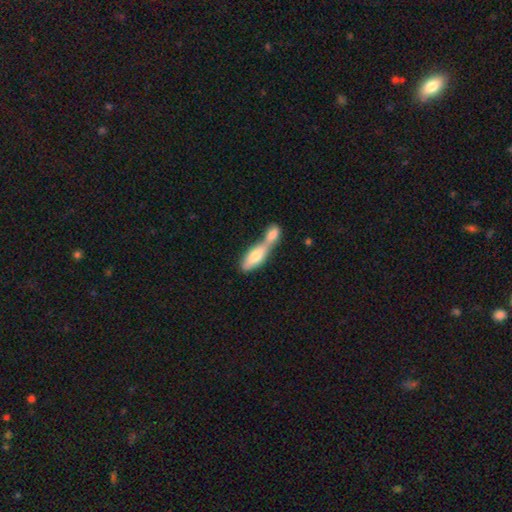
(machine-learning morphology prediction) Q: Smooth or featured?
A: smooth (71%); runner-up: featured or disk (24%)
Q: How rounded?
A: in between (66%); runner-up: cigar-shaped (31%)
Q: Merging?
A: merger (74%); runner-up: none (16%)